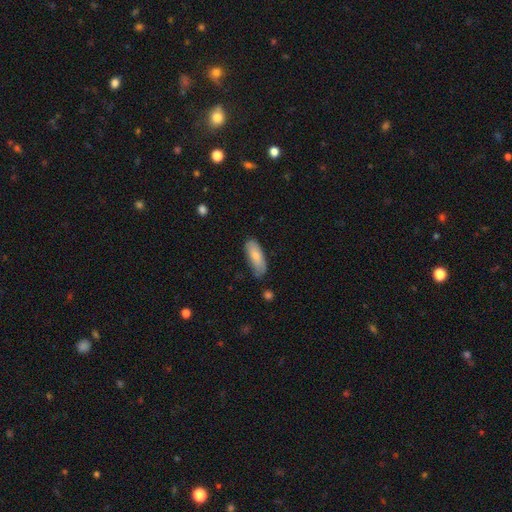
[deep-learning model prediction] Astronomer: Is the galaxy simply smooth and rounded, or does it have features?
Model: smooth — 79%.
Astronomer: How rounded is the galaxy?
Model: in between — 72%.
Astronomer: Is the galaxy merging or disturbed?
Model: none — 66%.